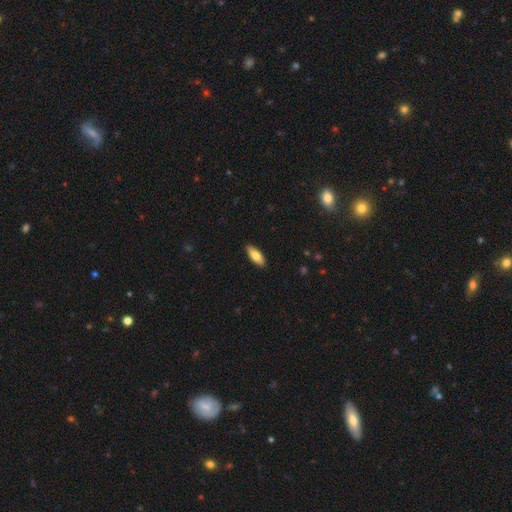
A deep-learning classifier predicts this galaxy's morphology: Overall: smooth (80%). How rounded: in between (74%). Merging: none (89%).